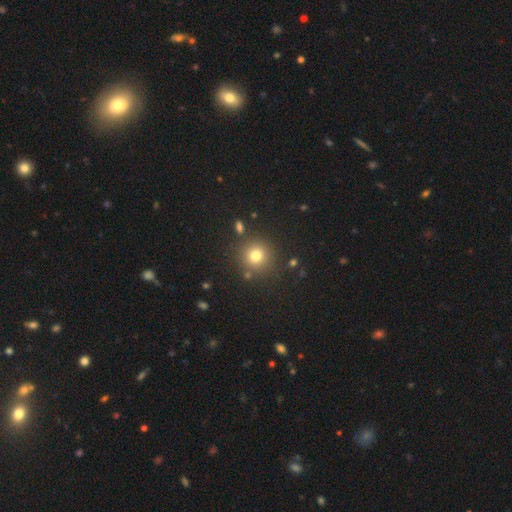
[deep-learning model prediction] smooth_or_featured: smooth (p=0.77) [alt: star or artifact p=0.15]
how_rounded: round (p=0.93) [alt: in between p=0.06]
merging: none (p=0.85) [alt: minor disturbance p=0.07]